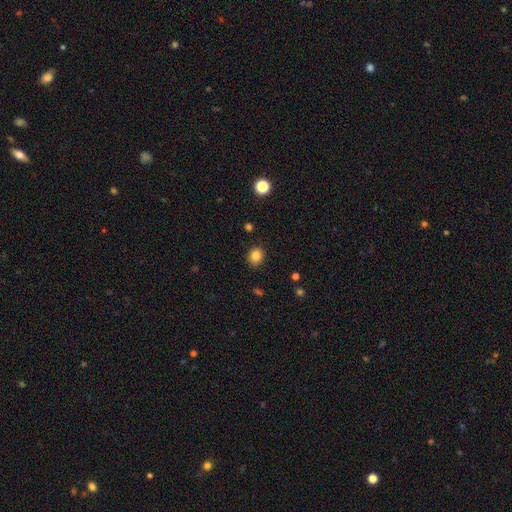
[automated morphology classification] Overall: smooth (83%). How rounded: round (72%). Merging: none (88%).